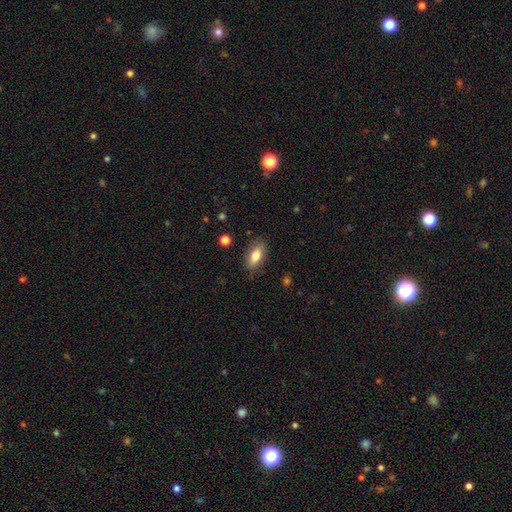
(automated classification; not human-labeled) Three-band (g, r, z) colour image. It shows a smooth galaxy with no disk features (80%) that is in between round and cigar-shaped (86%). Merging: none (84%).